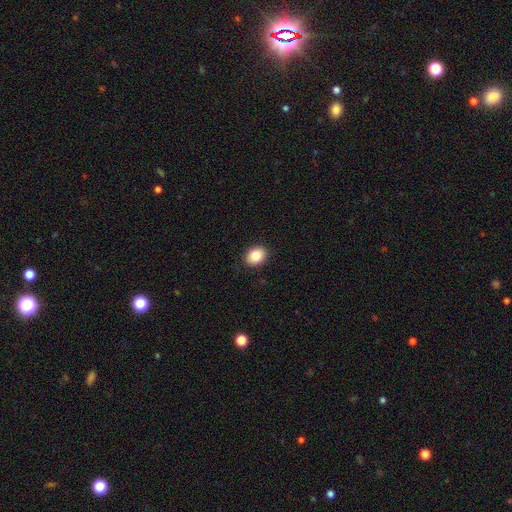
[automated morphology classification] smooth 85%, star or artifact 9%, featured or disk 6%. Down the decision tree: how rounded — in between (58%); merging — none (90%).